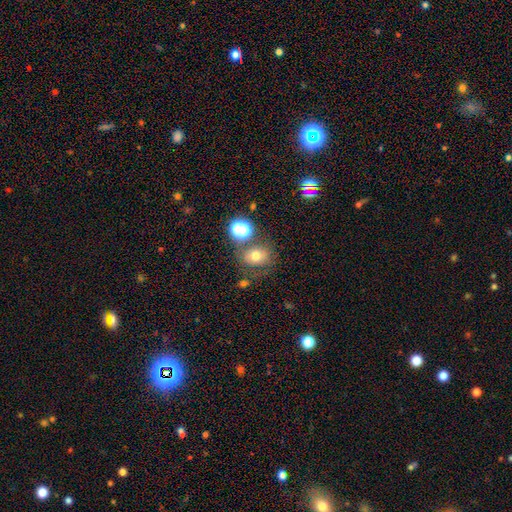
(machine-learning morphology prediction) Smooth or featured?
  - smooth: 66% *
  - star or artifact: 18%
  - featured or disk: 16%
How rounded?
  - round: 61% *
  - in between: 38%
  - cigar-shaped: 1%
Merging?
  - none: 63% *
  - minor disturbance: 16%
  - merger: 14%
  - major disturbance: 8%